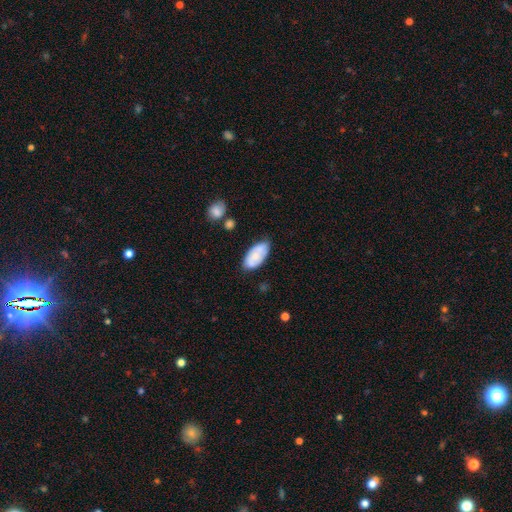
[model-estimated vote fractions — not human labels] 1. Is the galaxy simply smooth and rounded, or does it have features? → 67% smooth, 26% featured or disk, 7% star or artifact.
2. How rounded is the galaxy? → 94% in between, 4% cigar-shaped, 3% round.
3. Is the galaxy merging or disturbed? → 70% none, 22% minor disturbance, 4% major disturbance, 4% merger.